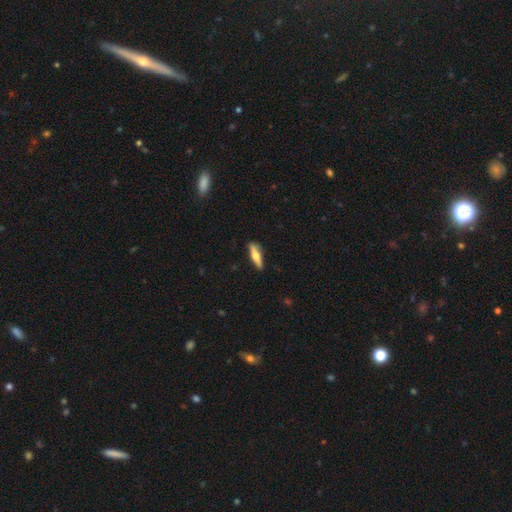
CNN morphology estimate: The model was most divided on "smooth or featured": smooth: 54%, featured or disk: 40%, star or artifact: 6%. More confident: merging — none (85%); how rounded — cigar-shaped (70%).